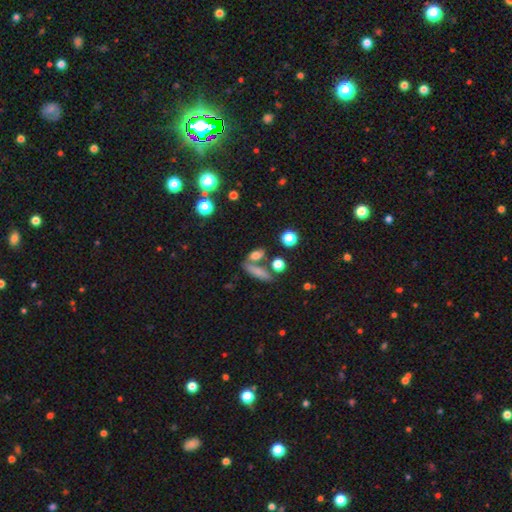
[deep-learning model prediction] Overall: smooth (72%). How rounded: in between (56%; cigar-shaped 28%). Merging: none (53%; merger 29%).